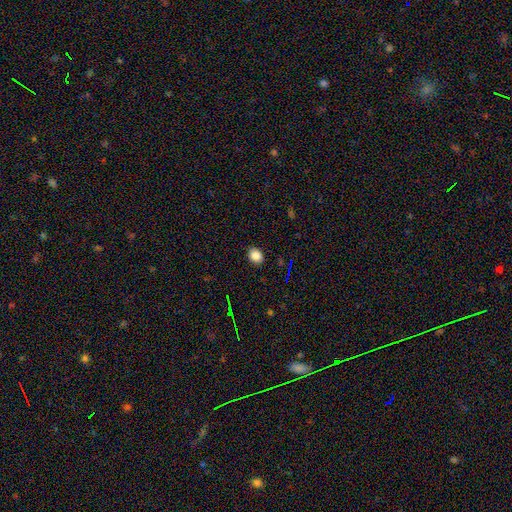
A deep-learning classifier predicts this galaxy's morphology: Smooth or featured: smooth — 83% (star or artifact — 11%)
How rounded: in between — 55% (round — 44%)
Merging: none — 88% (minor disturbance — 9%)